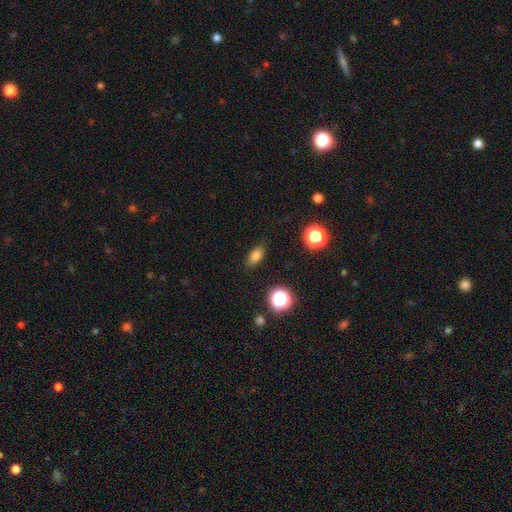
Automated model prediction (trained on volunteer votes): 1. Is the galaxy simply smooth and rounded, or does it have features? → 78% smooth, 14% star or artifact, 8% featured or disk.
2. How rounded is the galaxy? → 80% in between, 12% round, 8% cigar-shaped.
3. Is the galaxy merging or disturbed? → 85% none, 11% minor disturbance, 3% major disturbance, 1% merger.